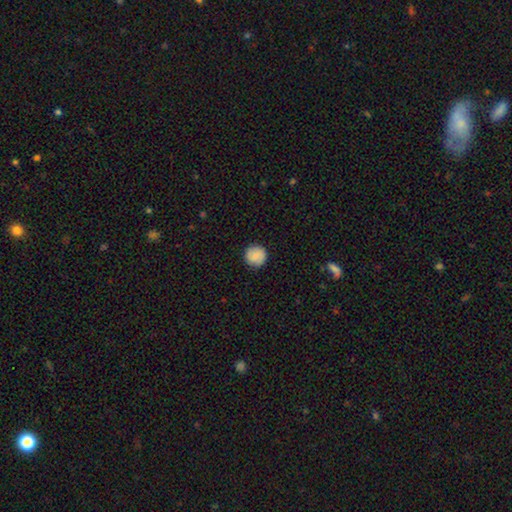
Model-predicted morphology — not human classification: type=smooth (84%); roundness=round (94%); merging=none (89%).